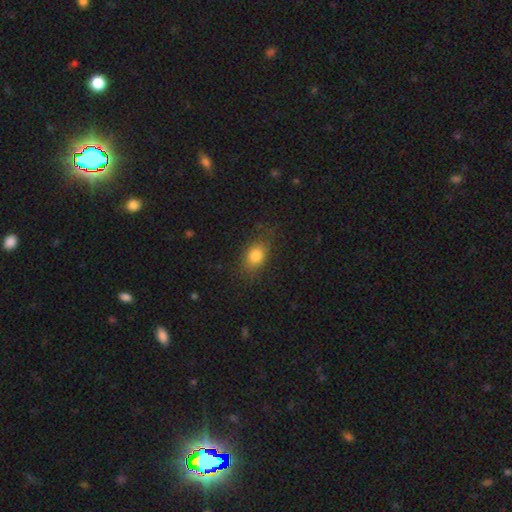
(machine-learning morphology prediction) smooth 81%, star or artifact 10%, featured or disk 9%. Down the decision tree: how rounded — in between (70%); merging — none (78%).